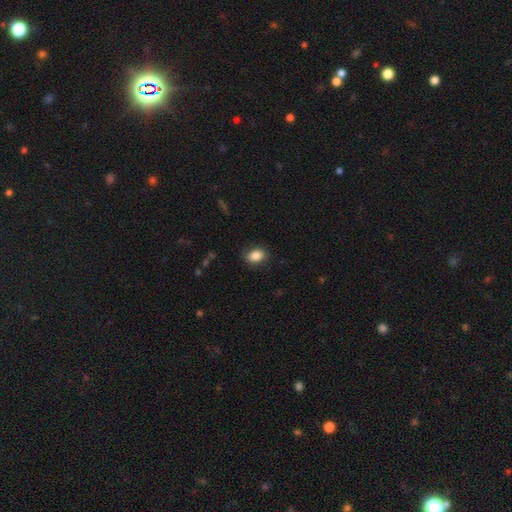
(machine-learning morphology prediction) Smooth or featured: smooth — 86% (star or artifact — 8%)
How rounded: in between — 77% (round — 22%)
Merging: none — 82% (minor disturbance — 13%)